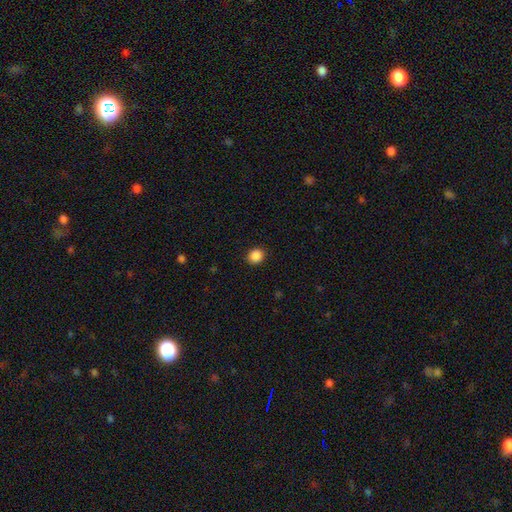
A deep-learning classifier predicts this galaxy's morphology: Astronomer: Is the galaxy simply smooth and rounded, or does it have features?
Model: smooth — 88%.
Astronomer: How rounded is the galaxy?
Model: round — 78%.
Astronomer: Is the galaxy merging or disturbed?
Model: none — 91%.